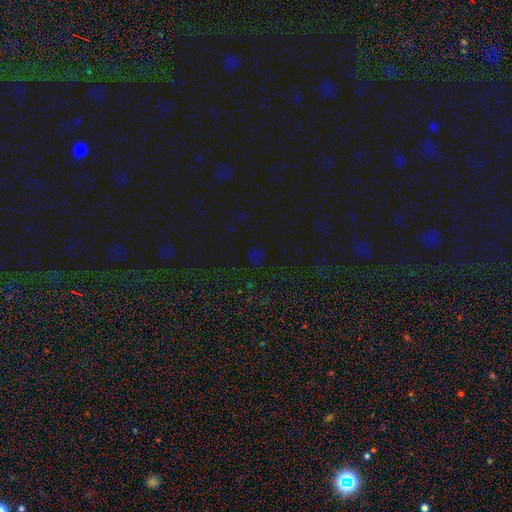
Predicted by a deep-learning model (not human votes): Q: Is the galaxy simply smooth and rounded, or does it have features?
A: star or artifact — 67%.